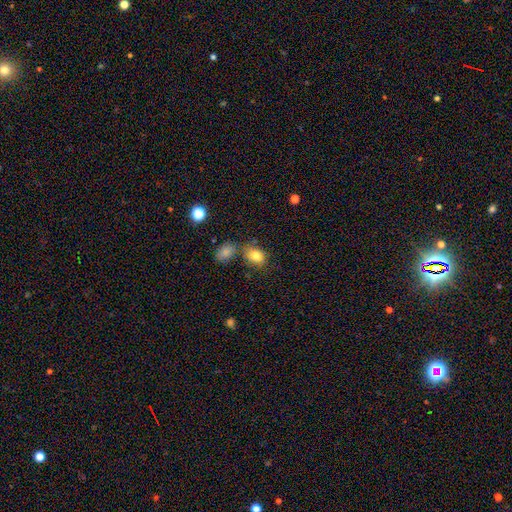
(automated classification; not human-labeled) smooth 81%, featured or disk 10%, star or artifact 9%. Down the decision tree: how rounded — in between (75%); merging — none (67%).